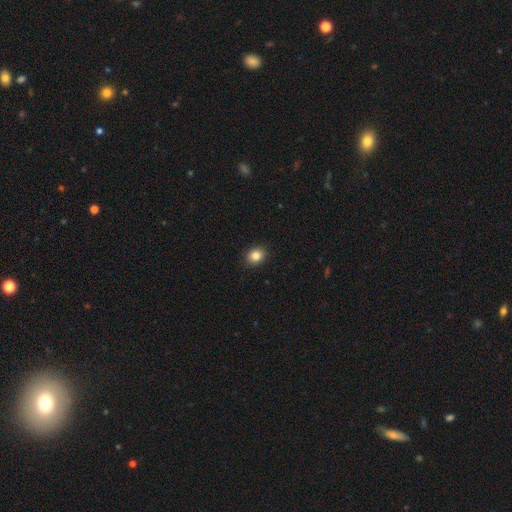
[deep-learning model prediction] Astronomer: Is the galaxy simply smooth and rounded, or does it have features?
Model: smooth — 84%.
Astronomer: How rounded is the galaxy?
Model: round — 62% (runner-up: in between, 37%).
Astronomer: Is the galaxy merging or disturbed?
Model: none — 91%.